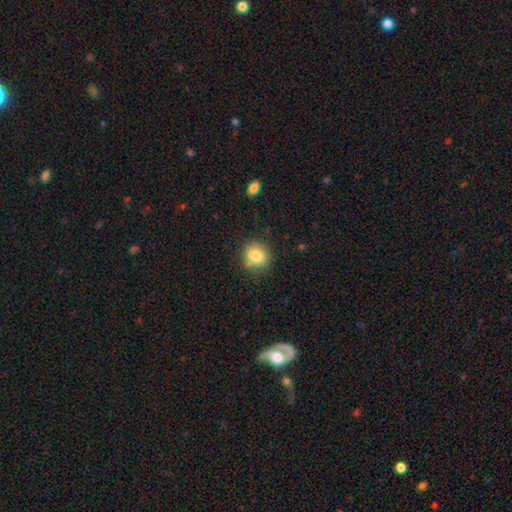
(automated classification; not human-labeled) A smooth galaxy with no disk features (81%) that is round (70%).

Vote fractions:
- Smooth or featured? smooth: 81% / featured or disk: 10% / star or artifact: 10%
- How rounded? round: 70% / in between: 29% / cigar-shaped: 1%
- Merging? none: 77% / minor disturbance: 14% / merger: 6% / major disturbance: 3%